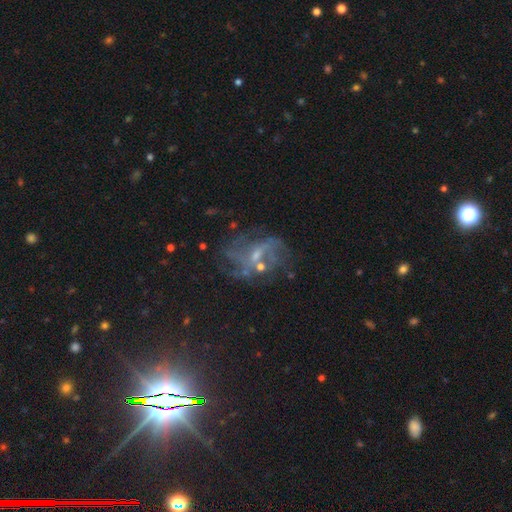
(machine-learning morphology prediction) smooth_or_featured: featured or disk (p=0.71) [alt: star or artifact p=0.16]
disk_edge_on: no (p=0.97) [alt: yes p=0.03]
bar: no (p=0.44) [tied with: weak p=0.44]
has_spiral_arms: yes (p=0.73) [alt: no p=0.27]
spiral_winding: loose (p=0.42) [alt: medium p=0.39]
spiral_arm_count: can't tell (p=0.39) [alt: 2 p=0.22]
bulge_size: small (p=0.58) [alt: moderate p=0.28]
merging: none (p=0.51) [alt: major disturbance p=0.22]